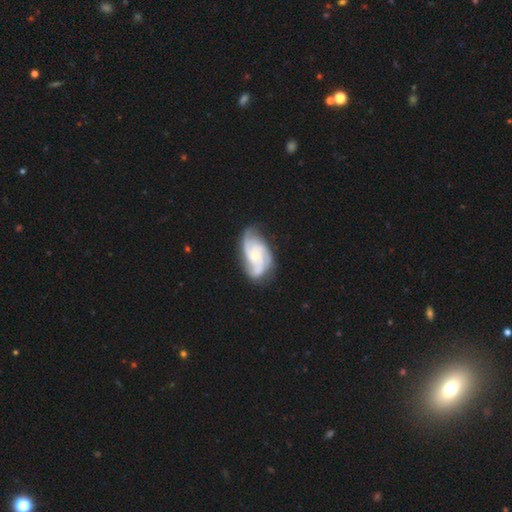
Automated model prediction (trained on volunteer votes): Smooth or featured: featured or disk — 84% (smooth — 11%)
Edge-on disk: no — 97% (yes — 3%)
Bar: no — 65% (weak — 29%)
Spiral arms: yes — 96% (no — 4%)
Spiral winding: medium — 45% (tight — 42%)
Spiral arm count: 3 — 49% (2 — 18%)
Bulge size: small — 55% (moderate — 38%)
Merging: none — 64% (minor disturbance — 24%)